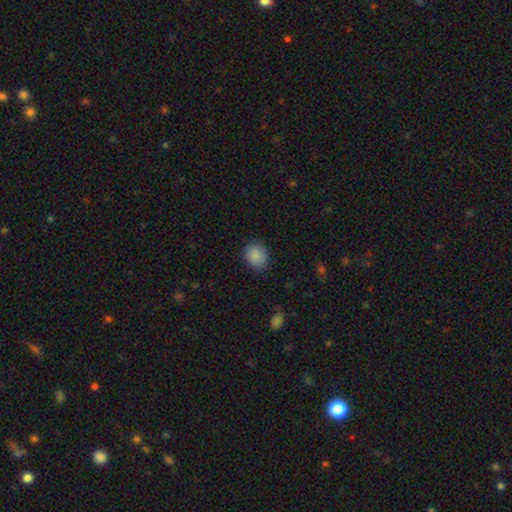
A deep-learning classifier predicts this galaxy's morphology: Smooth or featured?
  - smooth: 88% *
  - star or artifact: 8%
  - featured or disk: 4%
How rounded?
  - round: 61% *
  - in between: 38%
  - cigar-shaped: 1%
Merging?
  - none: 83% *
  - minor disturbance: 13%
  - major disturbance: 3%
  - merger: 1%